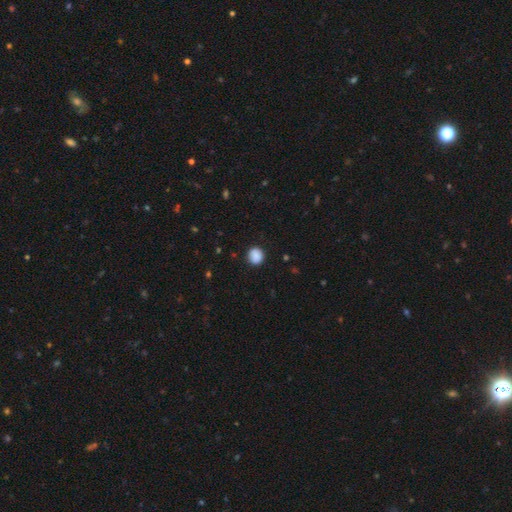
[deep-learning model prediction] Morphology: type=smooth (88%); roundness=round (81%); merging=none (88%).